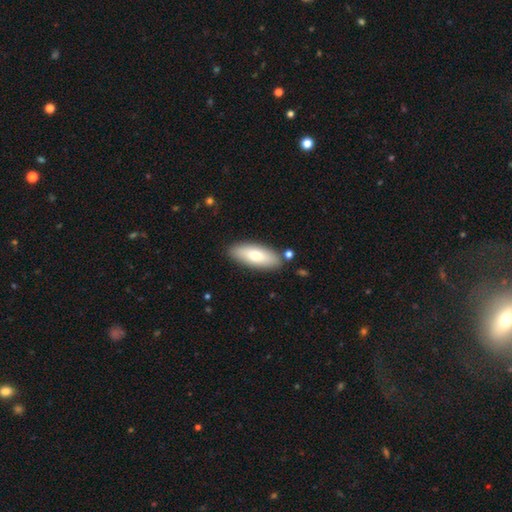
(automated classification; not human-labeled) smooth 71%, featured or disk 23%, star or artifact 6%. Down the decision tree: how rounded — in between (75%); merging — none (84%).